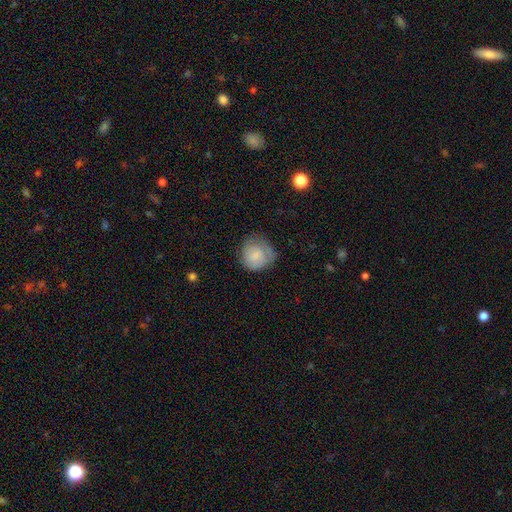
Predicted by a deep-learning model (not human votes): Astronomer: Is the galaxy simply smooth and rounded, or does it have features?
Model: smooth — 74%.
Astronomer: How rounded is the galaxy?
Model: round — 81%.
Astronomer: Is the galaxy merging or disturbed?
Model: none — 53% (runner-up: minor disturbance, 31%).